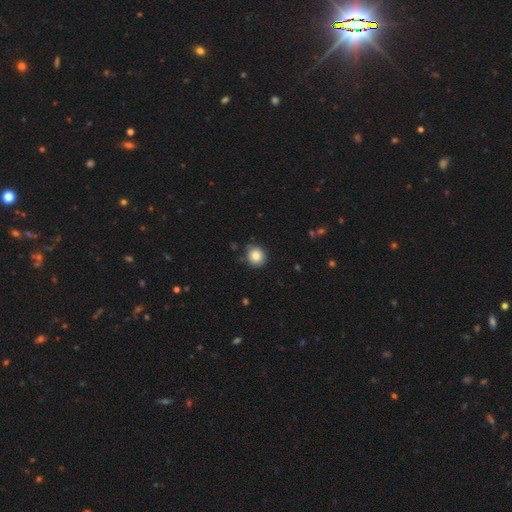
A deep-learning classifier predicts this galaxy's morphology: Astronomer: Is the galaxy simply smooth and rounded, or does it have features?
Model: smooth — 83%.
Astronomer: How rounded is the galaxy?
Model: round — 86%.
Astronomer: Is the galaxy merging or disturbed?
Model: none — 84%.